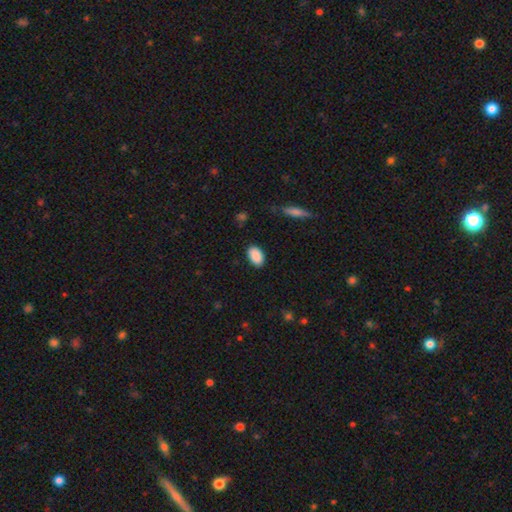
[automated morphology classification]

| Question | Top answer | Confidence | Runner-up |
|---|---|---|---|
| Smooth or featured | smooth | 90% | star or artifact (7%) |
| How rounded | in between | 91% | round (7%) |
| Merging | none | 88% | minor disturbance (9%) |